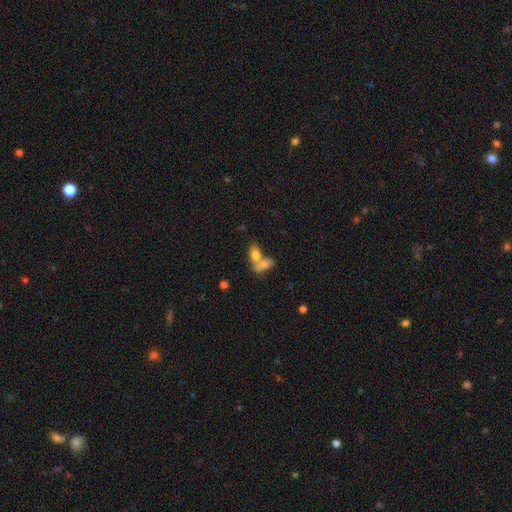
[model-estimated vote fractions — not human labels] The model was most divided on "merging": merger: 61%, none: 27%, minor disturbance: 8%, major disturbance: 4%. More confident: how rounded — in between (85%); smooth or featured — smooth (77%).